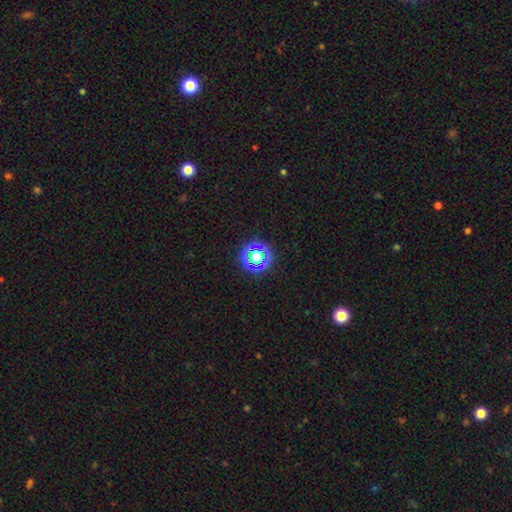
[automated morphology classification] type=star or artifact (53%).